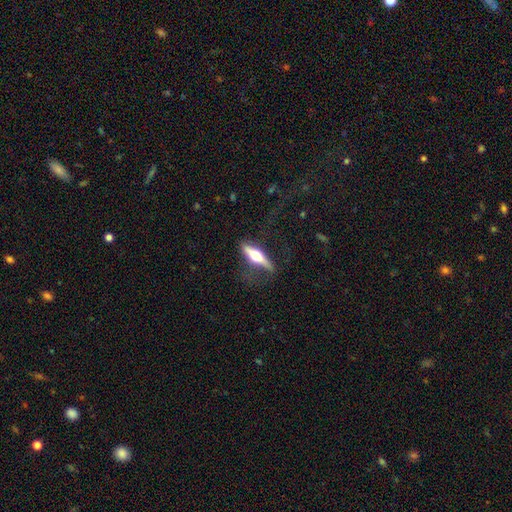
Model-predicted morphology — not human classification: smooth_or_featured: featured or disk (p=0.58) [alt: smooth p=0.36]
disk_edge_on: yes (p=0.91) [alt: no p=0.09]
edge_on_bulge: rounded (p=0.93) [alt: boxy p=0.04]
merging: none (p=0.62) [alt: minor disturbance p=0.21]